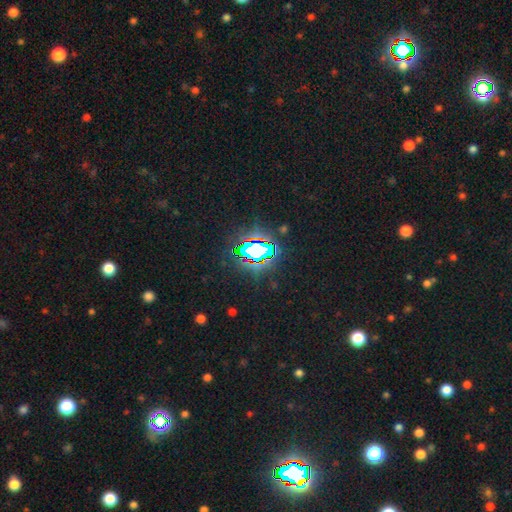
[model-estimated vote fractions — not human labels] Overall: star or artifact (80%).